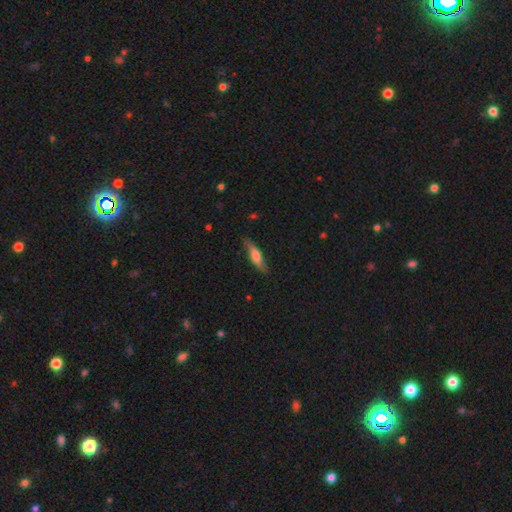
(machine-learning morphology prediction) smooth 54%, featured or disk 40%, star or artifact 6%. Down the decision tree: how rounded — cigar-shaped (68%); merging — none (80%).